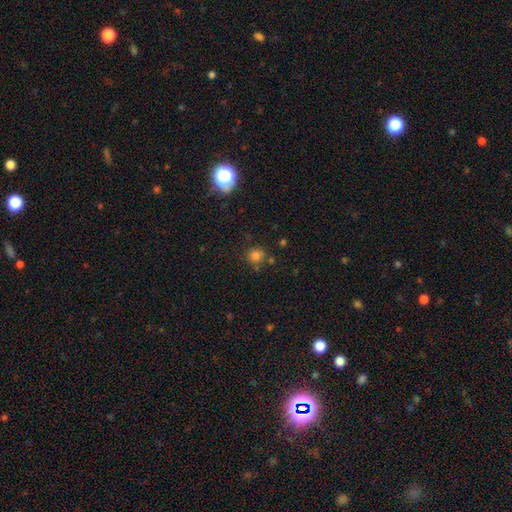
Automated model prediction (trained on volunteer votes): A smooth galaxy with no disk features (78%) that is round (89%). Merging: none (73%).